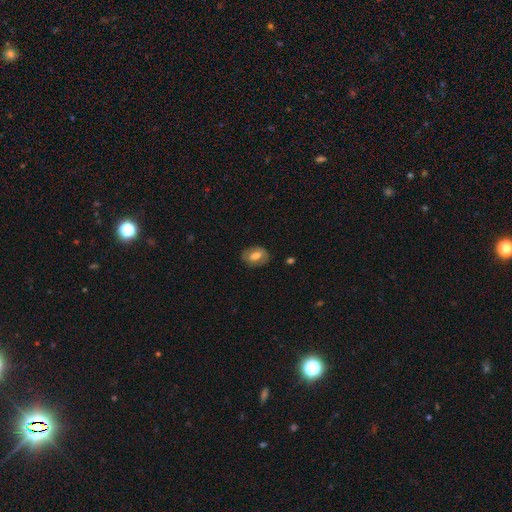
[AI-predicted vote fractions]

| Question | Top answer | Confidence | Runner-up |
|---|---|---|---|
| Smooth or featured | smooth | 61% | featured or disk (32%) |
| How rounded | in between | 80% | round (18%) |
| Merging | none | 81% | minor disturbance (14%) |